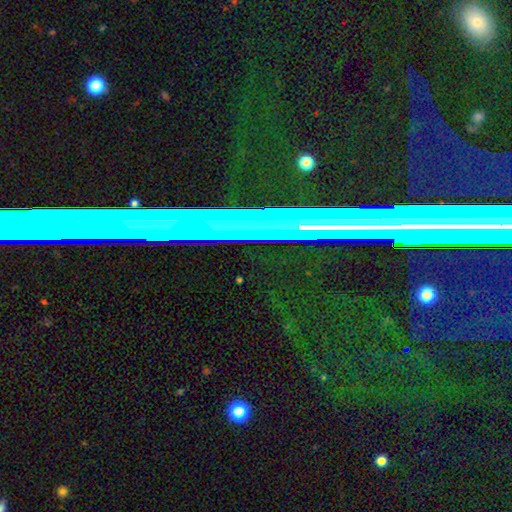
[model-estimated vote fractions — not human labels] A star or artifact, not a galaxy (67%).

Vote fractions:
- Smooth or featured? star or artifact: 67% / featured or disk: 20% / smooth: 13%